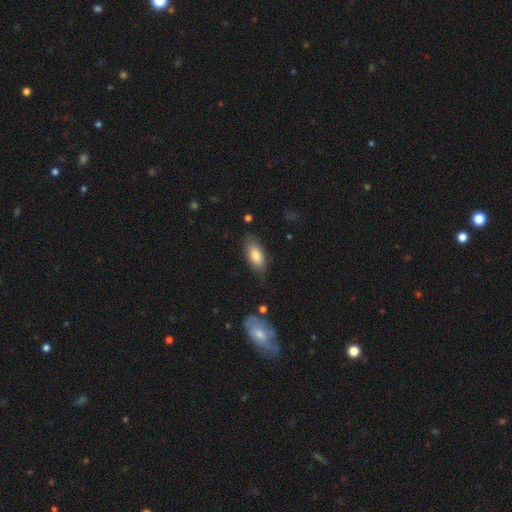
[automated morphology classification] Smooth or featured? Predicted: smooth (p=0.79). How rounded? Predicted: in between (p=0.84). Merging? Predicted: none (p=0.76).